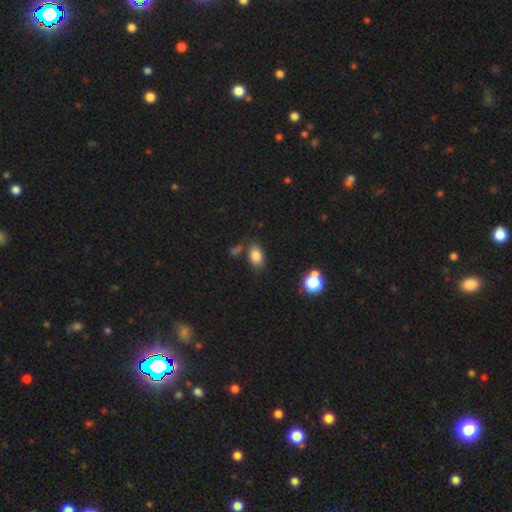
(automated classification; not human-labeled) smooth_or_featured: smooth (p=0.82) [alt: star or artifact p=0.10]
how_rounded: in between (p=0.85) [alt: round p=0.12]
merging: none (p=0.73) [alt: minor disturbance p=0.15]